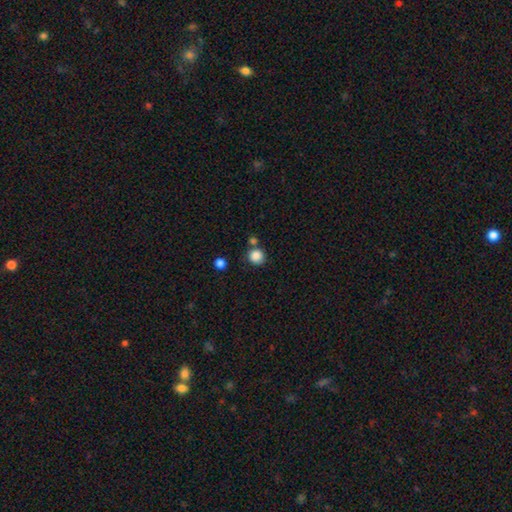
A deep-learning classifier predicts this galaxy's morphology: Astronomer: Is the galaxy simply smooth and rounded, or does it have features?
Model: smooth — 86%.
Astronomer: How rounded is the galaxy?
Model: round — 90%.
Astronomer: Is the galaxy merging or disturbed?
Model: none — 72%.